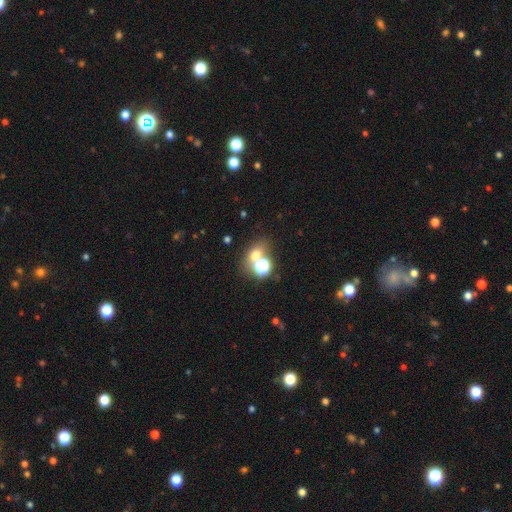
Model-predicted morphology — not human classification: A smooth galaxy with no disk features (57%) that is round (52%). Merging: none (54%).